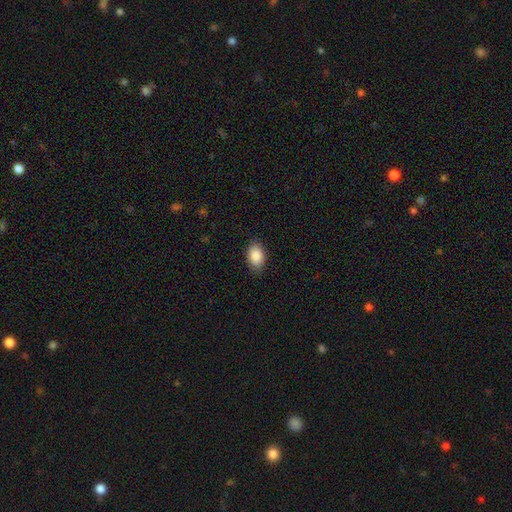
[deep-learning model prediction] A smooth galaxy with no disk features (88%) that is in between round and cigar-shaped (88%). Merging: none (86%).